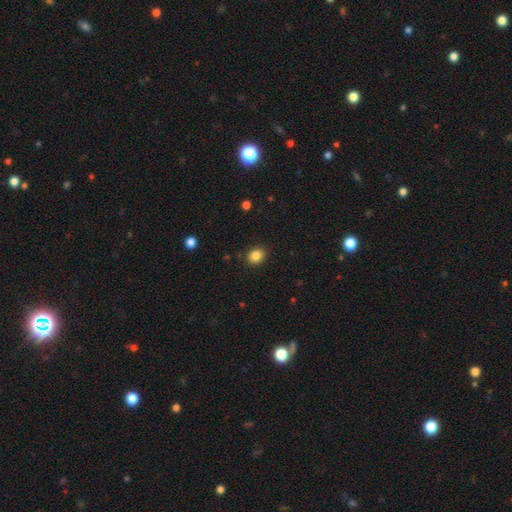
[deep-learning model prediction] Overall: smooth (85%). How rounded: round (63%; in between 36%). Merging: none (89%).